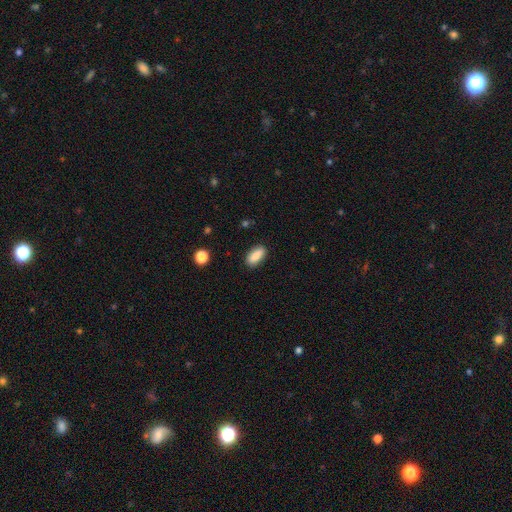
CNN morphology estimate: Q: Smooth or featured?
A: smooth (87%); runner-up: star or artifact (7%)
Q: How rounded?
A: in between (85%); runner-up: cigar-shaped (12%)
Q: Merging?
A: none (87%); runner-up: minor disturbance (9%)